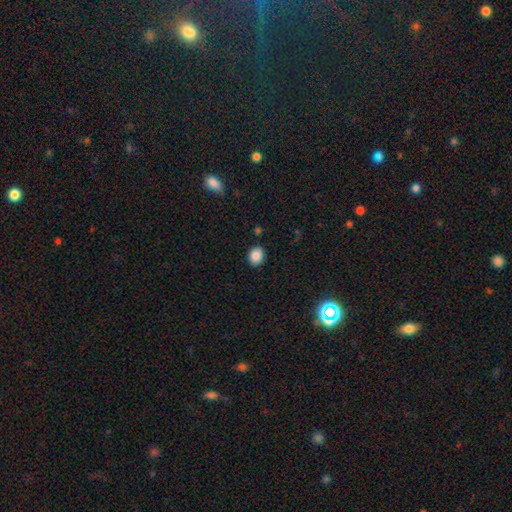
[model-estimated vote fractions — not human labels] This appears to be a smooth galaxy with no disk features (87%) that is in between round and cigar-shaped (50%). Merging: none (86%).